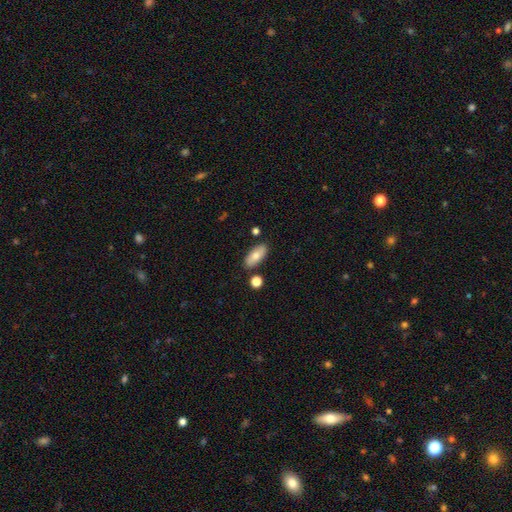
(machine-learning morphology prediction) Smooth or featured: smooth — 75% (featured or disk — 18%)
How rounded: in between — 87% (cigar-shaped — 11%)
Merging: none — 84% (minor disturbance — 10%)